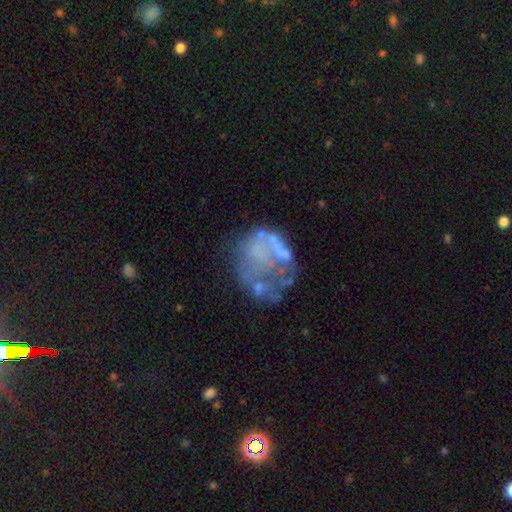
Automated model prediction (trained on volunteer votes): Smooth or featured? featured or disk (61%)
Edge-on disk? no (98%)
Bar? no (92%)
Spiral arms? no (92%)
Bulge size? none (78%)
Merging? none (36%)